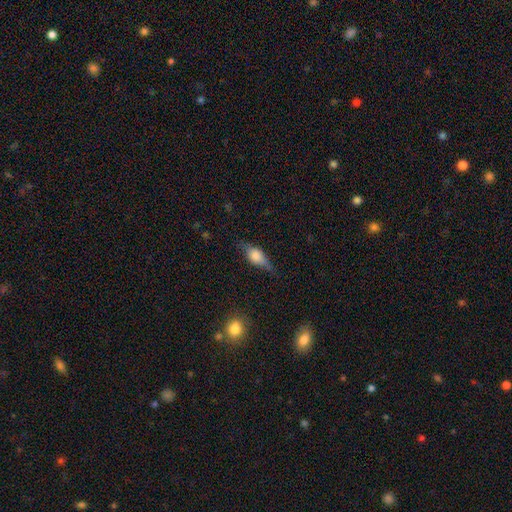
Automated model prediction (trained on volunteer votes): Smooth or featured: smooth — 50% (featured or disk — 42%)
How rounded: in between — 70% (cigar-shaped — 21%)
Merging: none — 66% (minor disturbance — 24%)